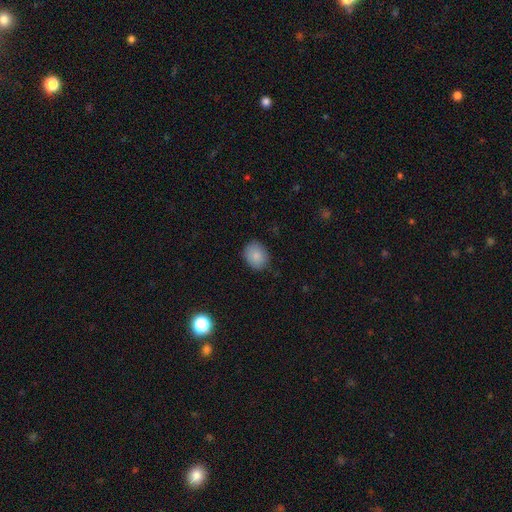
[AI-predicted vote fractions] Smooth or featured?
  - smooth: 86% *
  - star or artifact: 8%
  - featured or disk: 5%
How rounded?
  - round: 53% *
  - in between: 46%
  - cigar-shaped: 1%
Merging?
  - none: 84% *
  - minor disturbance: 12%
  - major disturbance: 3%
  - merger: 1%